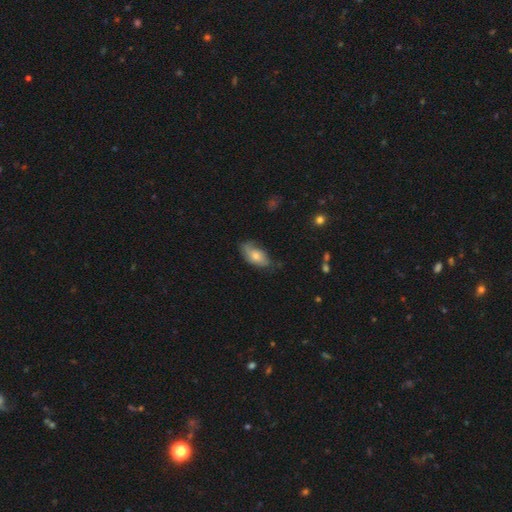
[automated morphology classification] A smooth galaxy with no disk features (66%) that is in between round and cigar-shaped (90%). Merging: none (55%).